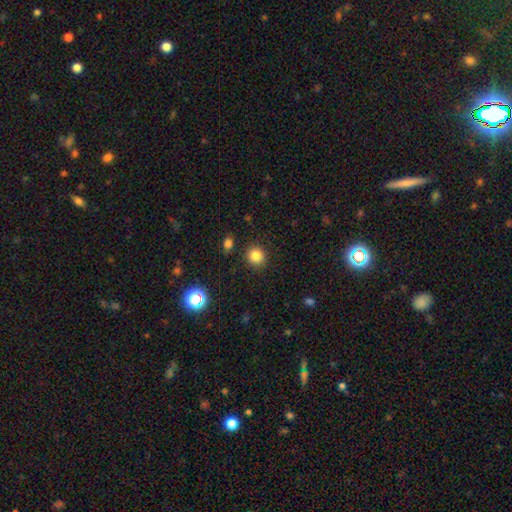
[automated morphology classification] A smooth galaxy with no disk features (83%) that is round (90%). Merging: none (89%).